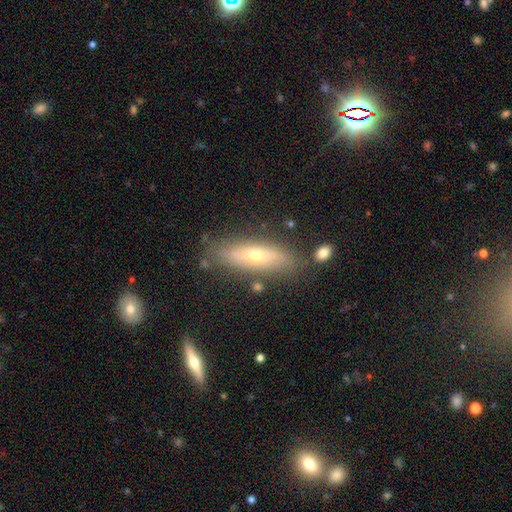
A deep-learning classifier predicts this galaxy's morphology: Smooth or featured: featured or disk — 46% (smooth — 45%)
Merging: none — 77% (minor disturbance — 15%)